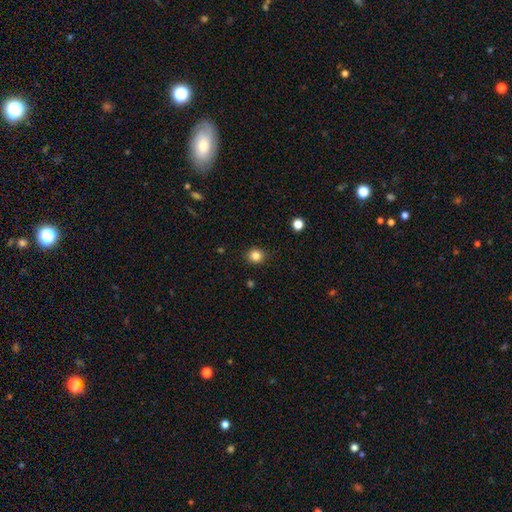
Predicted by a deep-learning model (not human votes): Overall: smooth (84%). How rounded: round (83%). Merging: none (89%).